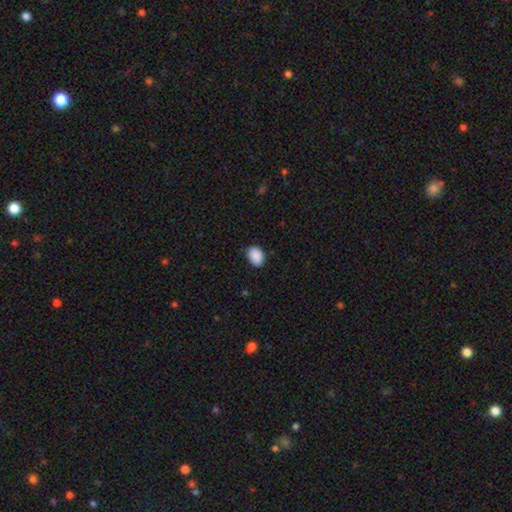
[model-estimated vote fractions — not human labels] A smooth galaxy with no disk features (90%) that is in between round and cigar-shaped (74%).

Vote fractions:
- Smooth or featured? smooth: 90% / star or artifact: 7% / featured or disk: 2%
- How rounded? in between: 74% / round: 25% / cigar-shaped: 1%
- Merging? none: 85% / minor disturbance: 12% / major disturbance: 2% / merger: 1%